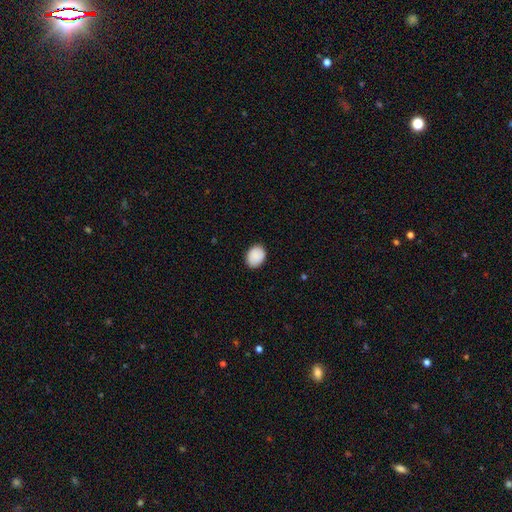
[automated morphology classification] Smooth or featured? Predicted: smooth (p=0.90). How rounded? Predicted: in between (p=0.62). Merging? Predicted: none (p=0.87).